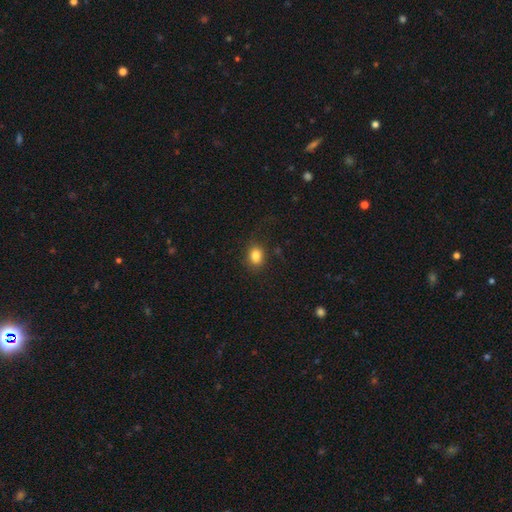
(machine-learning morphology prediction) A smooth galaxy with no disk features (83%) that is in between round and cigar-shaped (56%). Merging: none (80%).